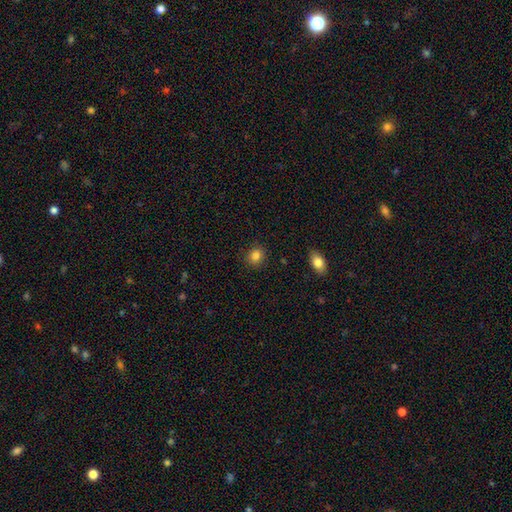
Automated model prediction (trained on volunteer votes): Morphology: type=smooth (84%); roundness=round (80%); merging=none (88%).